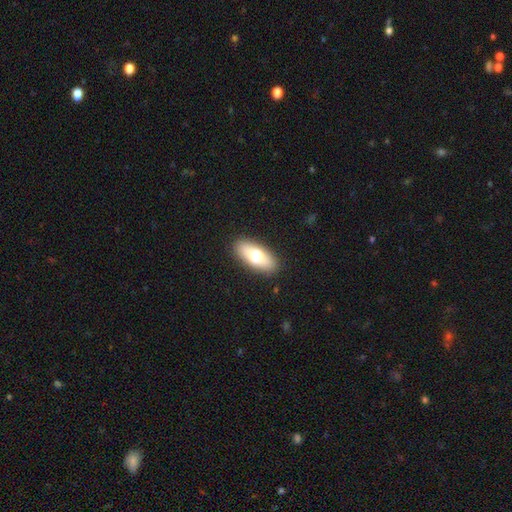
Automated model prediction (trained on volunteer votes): Smooth or featured? Predicted: smooth (p=0.68). How rounded? Predicted: in between (p=0.82). Merging? Predicted: none (p=0.88).